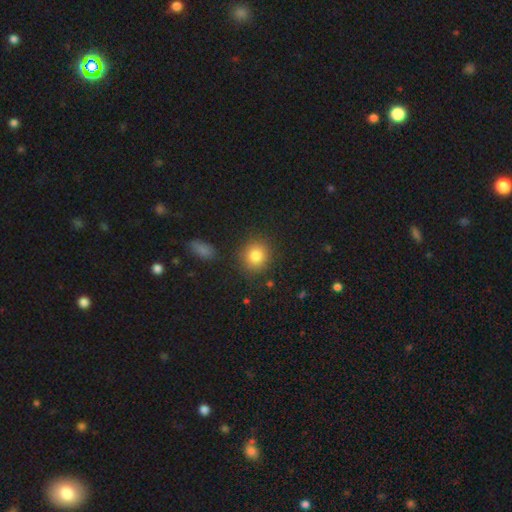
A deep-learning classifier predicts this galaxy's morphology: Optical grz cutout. It shows a smooth galaxy with no disk features (84%) that is round (83%). Merging: none (85%).